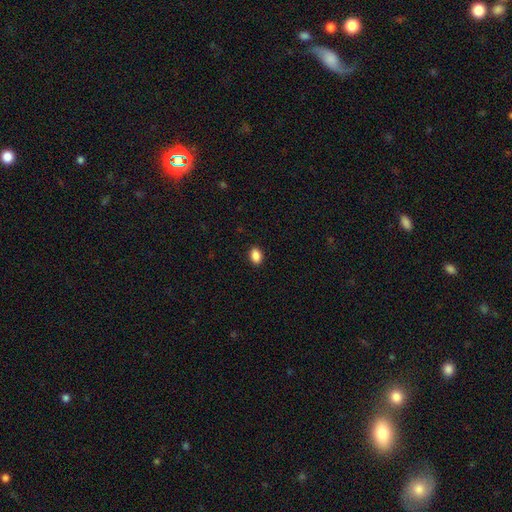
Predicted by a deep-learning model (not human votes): smooth_or_featured: smooth (p=0.88) [alt: star or artifact p=0.08]
how_rounded: in between (p=0.82) [alt: round p=0.17]
merging: none (p=0.90) [alt: minor disturbance p=0.07]